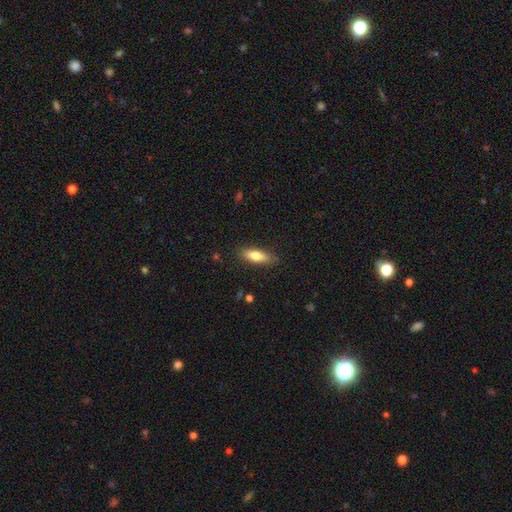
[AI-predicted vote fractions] Overall: smooth (73%). How rounded: in between (55%; cigar-shaped 43%). Merging: none (85%).